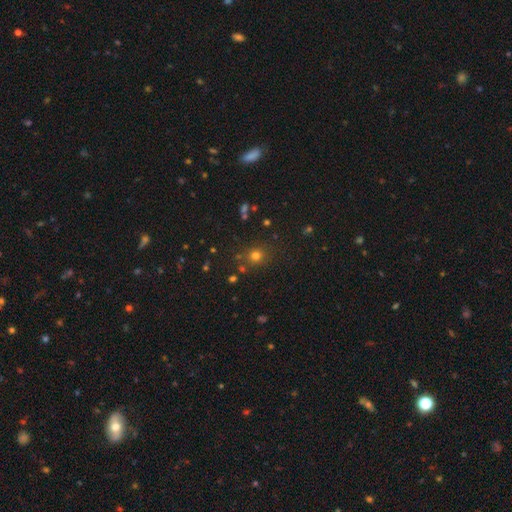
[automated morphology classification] A smooth galaxy with no disk features (71%) that is round (85%).

Vote fractions:
- Smooth or featured? smooth: 71% / star or artifact: 21% / featured or disk: 7%
- How rounded? round: 85% / in between: 14% / cigar-shaped: 1%
- Merging? none: 81% / minor disturbance: 10% / merger: 5% / major disturbance: 4%